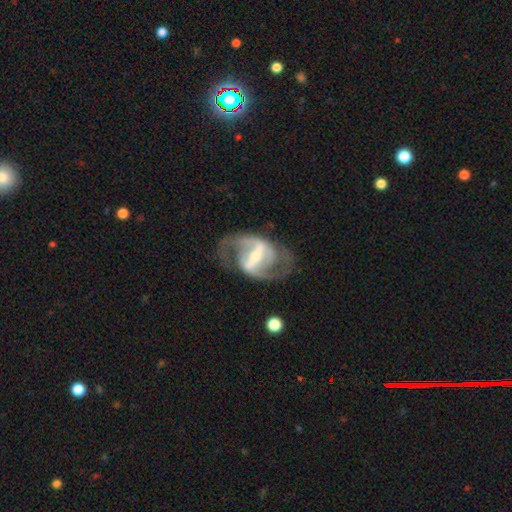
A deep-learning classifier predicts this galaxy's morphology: smooth_or_featured: featured or disk (p=0.87) [alt: smooth p=0.08]
disk_edge_on: no (p=0.95) [alt: yes p=0.05]
bar: strong (p=0.72) [alt: weak p=0.22]
has_spiral_arms: yes (p=0.86) [alt: no p=0.14]
spiral_winding: medium (p=0.53) [alt: loose p=0.29]
spiral_arm_count: 2 (p=0.88) [alt: can't tell p=0.06]
bulge_size: small (p=0.49) [alt: moderate p=0.36]
merging: none (p=0.67) [alt: minor disturbance p=0.15]